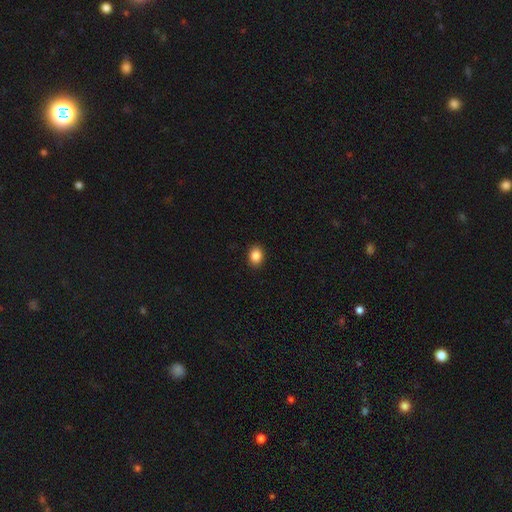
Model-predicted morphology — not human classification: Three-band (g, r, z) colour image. It shows a smooth galaxy with no disk features (87%) that is in between round and cigar-shaped (53%). Merging: none (91%).